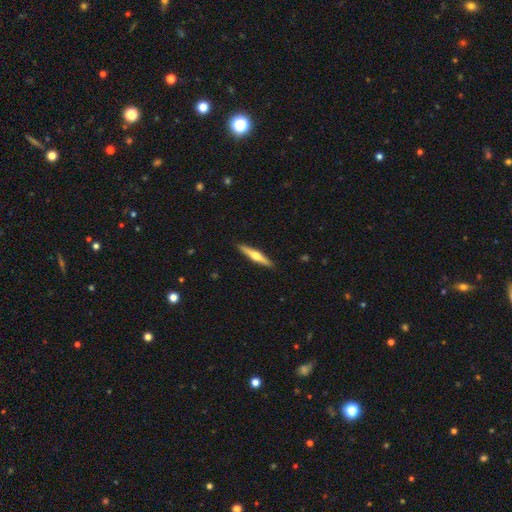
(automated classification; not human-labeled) Overall: featured or disk (63%; smooth 32%). Edge-on disk: yes (97%). Edge-on bulge: rounded (93%). Merging: none (91%).